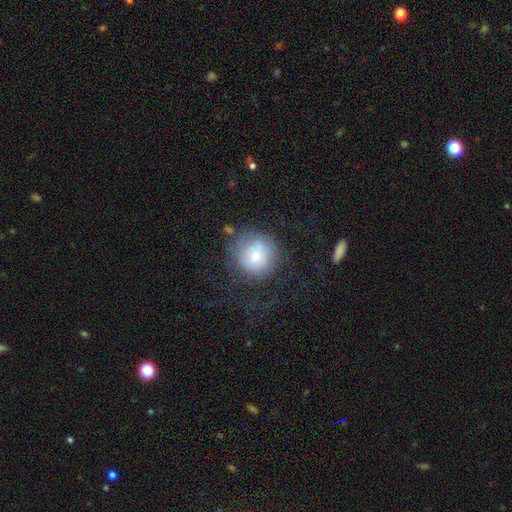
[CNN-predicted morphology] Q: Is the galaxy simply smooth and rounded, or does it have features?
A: smooth — 50%.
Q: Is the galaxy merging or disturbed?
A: none — 58%.